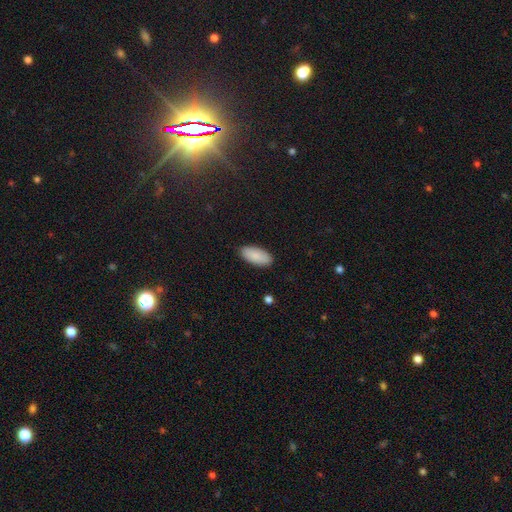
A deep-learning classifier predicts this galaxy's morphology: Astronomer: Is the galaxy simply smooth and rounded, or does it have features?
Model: smooth — 89%.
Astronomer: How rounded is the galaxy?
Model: in between — 91%.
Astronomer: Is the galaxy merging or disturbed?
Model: none — 89%.